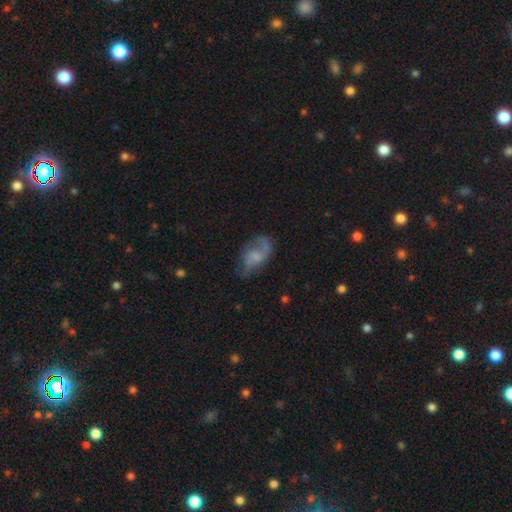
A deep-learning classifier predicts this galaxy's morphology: smooth_or_featured: featured or disk (p=0.59) [alt: smooth p=0.32]
disk_edge_on: no (p=0.96) [alt: yes p=0.04]
bar: no (p=0.67) [alt: weak p=0.28]
has_spiral_arms: yes (p=0.77) [alt: no p=0.23]
bulge_size: none (p=0.41) [alt: small p=0.27]
merging: none (p=0.48) [alt: minor disturbance p=0.25]